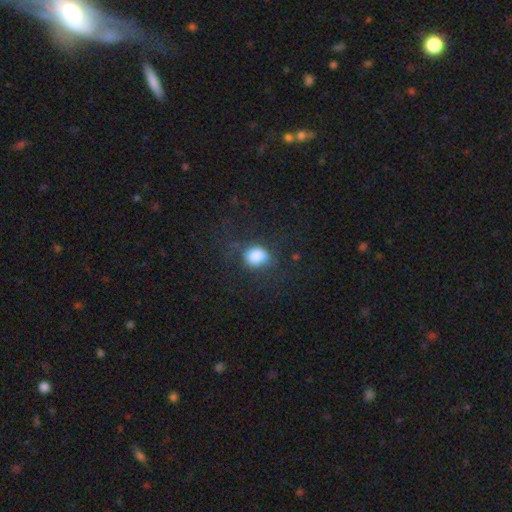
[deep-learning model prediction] Smooth or featured? smooth (78%)
How rounded? round (58%)
Merging? none (54%)